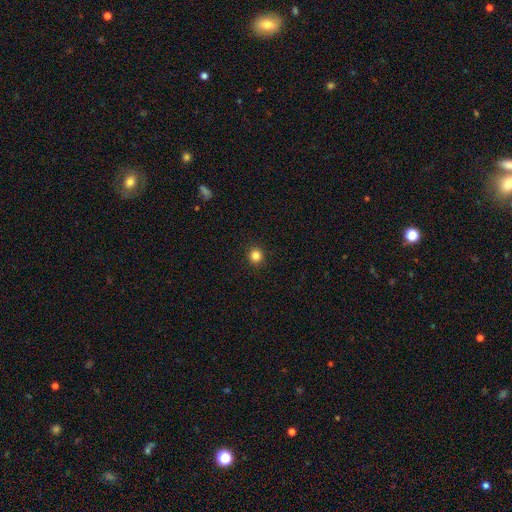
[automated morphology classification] Q: Smooth or featured?
A: smooth (84%); runner-up: star or artifact (12%)
Q: How rounded?
A: round (93%); runner-up: in between (6%)
Q: Merging?
A: none (93%); runner-up: minor disturbance (5%)